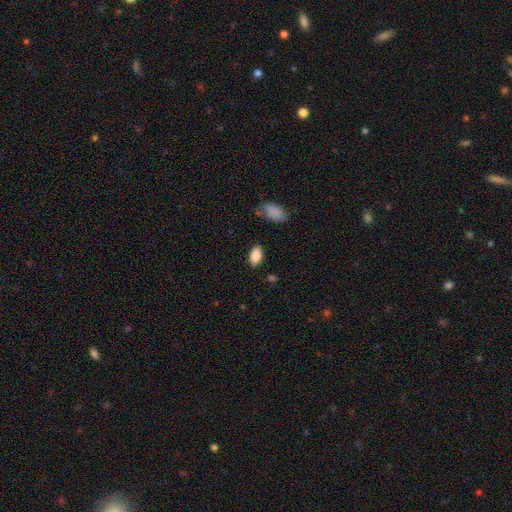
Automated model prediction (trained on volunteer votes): Smooth or featured?
  - smooth: 87% *
  - star or artifact: 8%
  - featured or disk: 6%
How rounded?
  - in between: 93% *
  - round: 4%
  - cigar-shaped: 3%
Merging?
  - none: 85% *
  - minor disturbance: 11%
  - major disturbance: 3%
  - merger: 2%